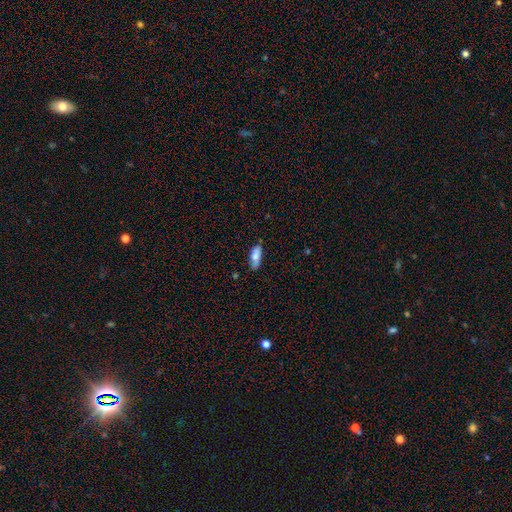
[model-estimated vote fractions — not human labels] This appears to be a smooth galaxy with no disk features (78%) that is in between round and cigar-shaped (76%). Merging: none (71%).